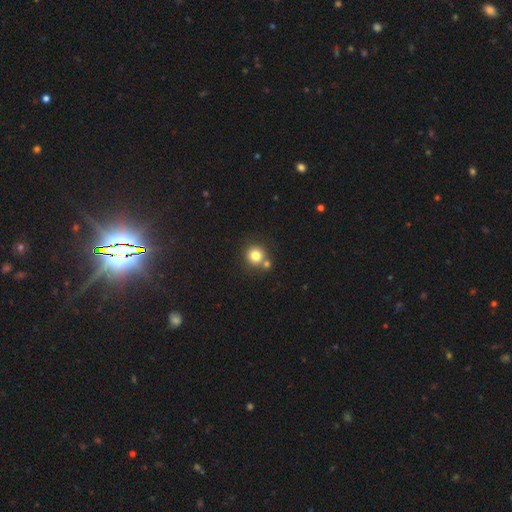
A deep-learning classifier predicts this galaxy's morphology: Q: Smooth or featured?
A: smooth (80%); runner-up: star or artifact (12%)
Q: How rounded?
A: round (92%); runner-up: in between (7%)
Q: Merging?
A: none (69%); runner-up: merger (20%)